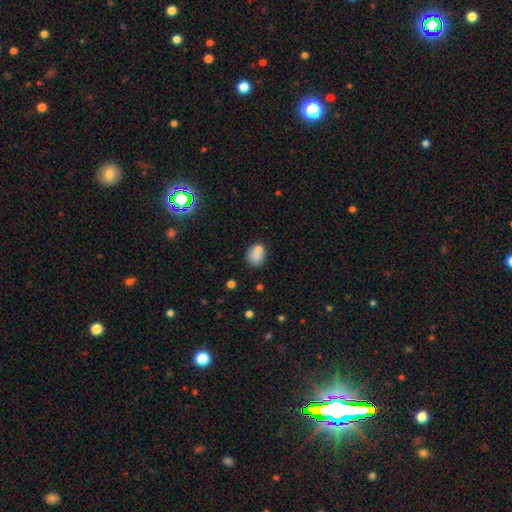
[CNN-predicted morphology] smooth-or-featured: smooth: 77% | featured or disk: 13% | star or artifact: 10%
  how-rounded: round: 59% | in between: 40% | cigar-shaped: 1%
  merging: none: 55% | merger: 24% | minor disturbance: 16% | major disturbance: 5%